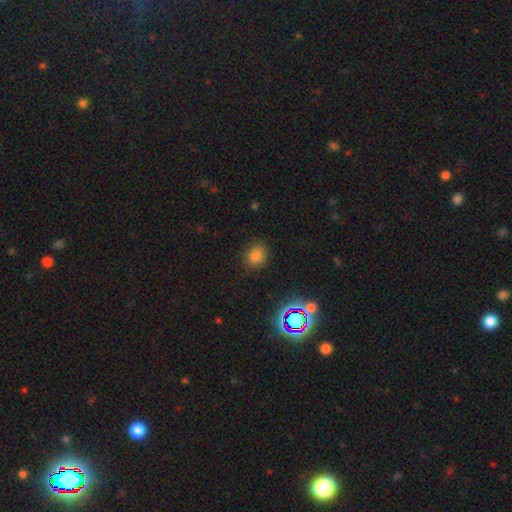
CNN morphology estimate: smooth 78%, star or artifact 17%, featured or disk 5%. Down the decision tree: how rounded — round (53%); merging — none (82%).